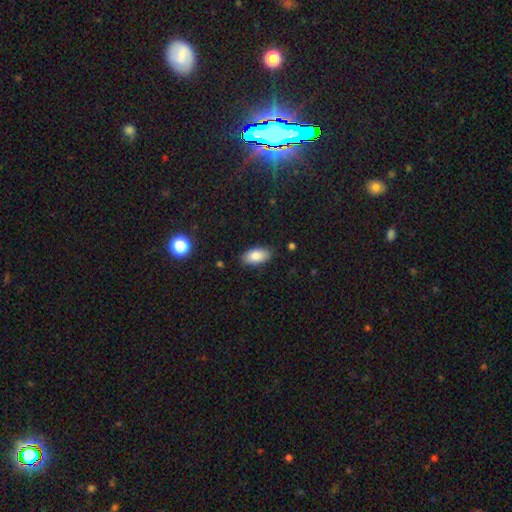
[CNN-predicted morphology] smooth 85%, featured or disk 8%, star or artifact 8%. Down the decision tree: how rounded — in between (93%); merging — none (86%).